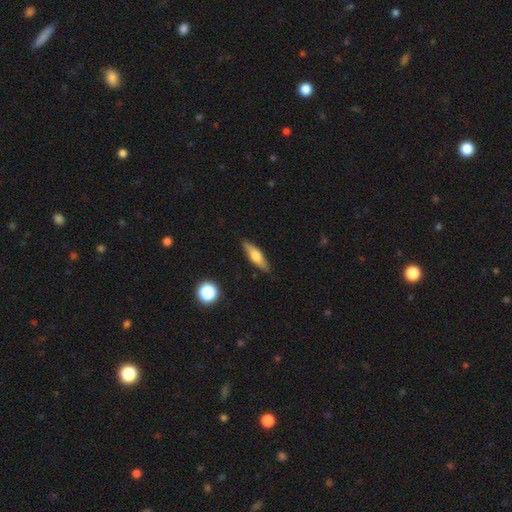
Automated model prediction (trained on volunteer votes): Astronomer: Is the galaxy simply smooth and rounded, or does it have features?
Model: smooth — 55% (runner-up: featured or disk, 38%).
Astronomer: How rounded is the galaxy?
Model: cigar-shaped — 62%.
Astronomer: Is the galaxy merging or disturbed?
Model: none — 87%.